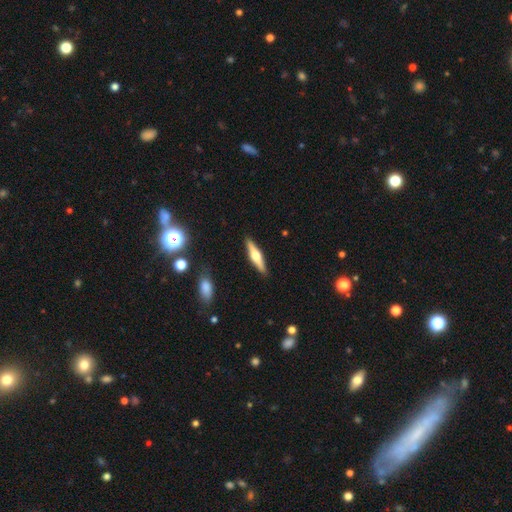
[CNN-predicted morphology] The model was most divided on "smooth or featured": featured or disk: 59%, smooth: 35%, star or artifact: 6%. More confident: edge-on disk — yes (96%); edge-on bulge — rounded (93%); merging — none (90%).